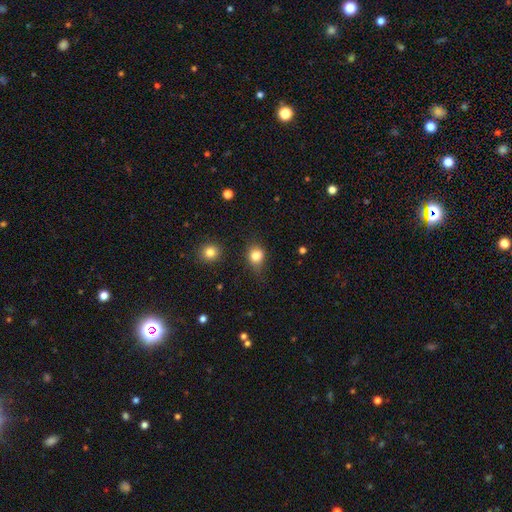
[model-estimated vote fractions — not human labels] smooth_or_featured: smooth (p=0.81) [alt: star or artifact p=0.12]
how_rounded: round (p=0.63) [alt: in between p=0.36]
merging: none (p=0.64) [alt: minor disturbance p=0.26]